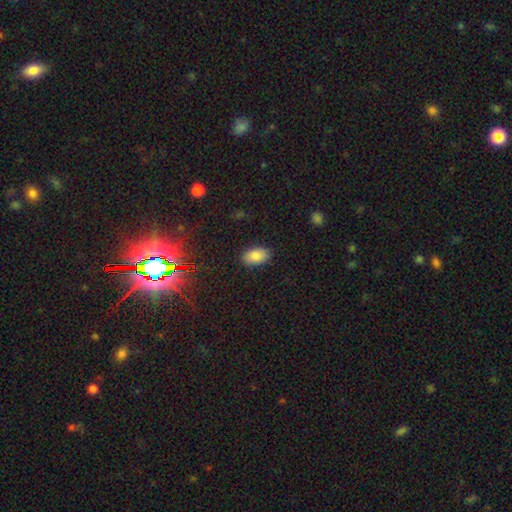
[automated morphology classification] smooth 84%, star or artifact 10%, featured or disk 7%. Down the decision tree: how rounded — in between (92%); merging — none (86%).